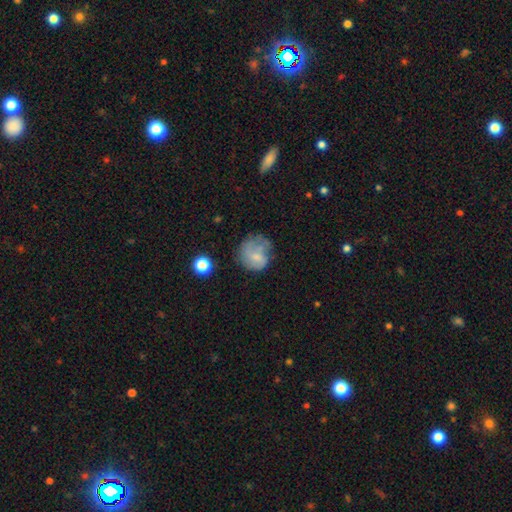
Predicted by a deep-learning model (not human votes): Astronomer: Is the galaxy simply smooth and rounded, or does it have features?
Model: smooth — 60%.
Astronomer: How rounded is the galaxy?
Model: round — 76%.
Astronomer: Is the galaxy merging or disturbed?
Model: none — 44% (runner-up: minor disturbance, 29%).